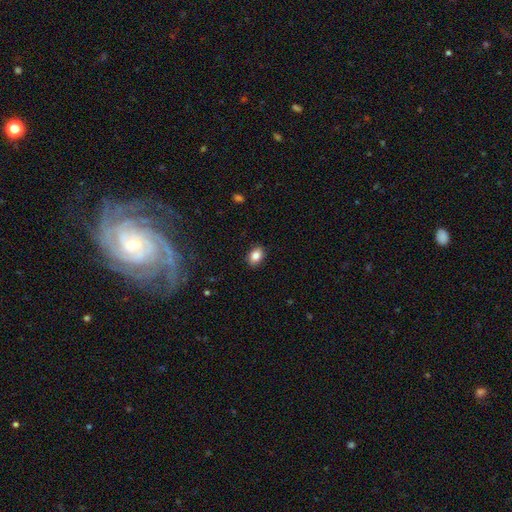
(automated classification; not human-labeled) A smooth galaxy with no disk features (85%) that is in between round and cigar-shaped (74%).

Vote fractions:
- Smooth or featured? smooth: 85% / star or artifact: 9% / featured or disk: 7%
- How rounded? in between: 74% / round: 25% / cigar-shaped: 1%
- Merging? none: 88% / minor disturbance: 9% / major disturbance: 2% / merger: 1%